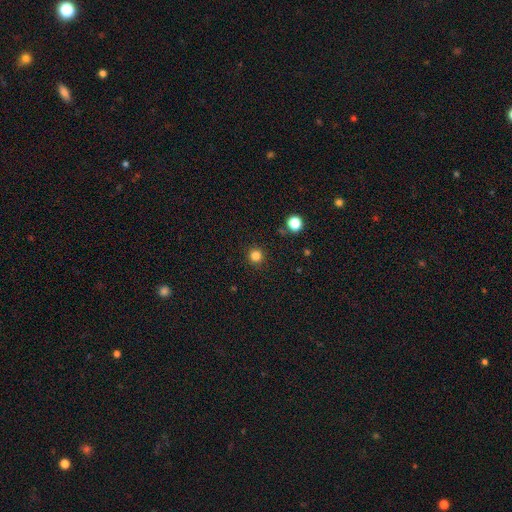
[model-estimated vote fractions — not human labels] This appears to be a smooth galaxy with no disk features (82%) that is round (95%). Merging: none (92%).